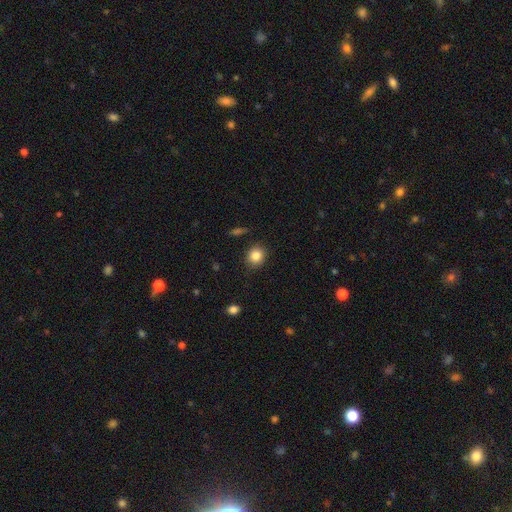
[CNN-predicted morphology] This is clearly a smooth galaxy (85%). How rounded: likely round (80%). Merging: clearly none (86%).